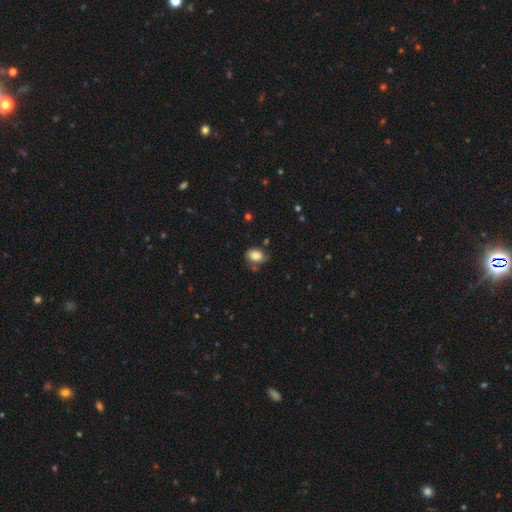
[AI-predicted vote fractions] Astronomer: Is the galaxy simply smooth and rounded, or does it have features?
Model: smooth — 83%.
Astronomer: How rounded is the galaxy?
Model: in between — 80%.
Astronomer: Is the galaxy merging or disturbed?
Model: none — 65%.